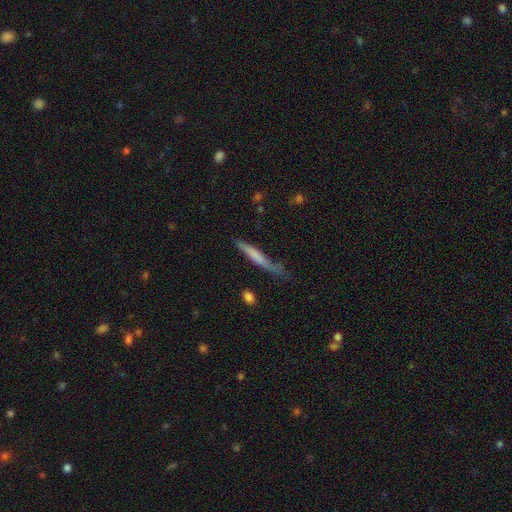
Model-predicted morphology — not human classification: smooth-or-featured: smooth: 63% | featured or disk: 31% | star or artifact: 6%
  how-rounded: cigar-shaped: 94% | in between: 5% | round: 1%
  merging: none: 56% | minor disturbance: 29% | major disturbance: 11% | merger: 4%